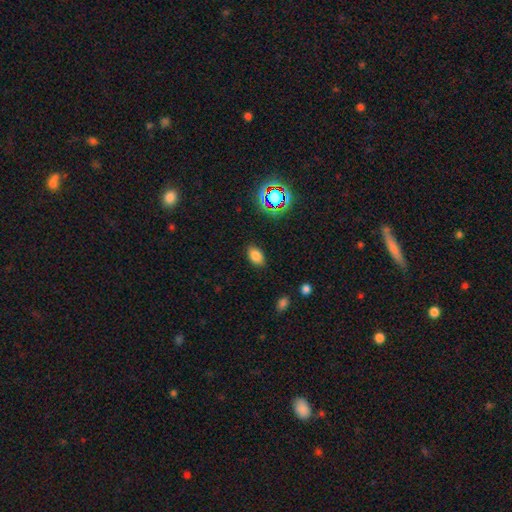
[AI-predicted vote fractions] Morphology: type=smooth (80%); roundness=in between (88%); merging=none (85%).